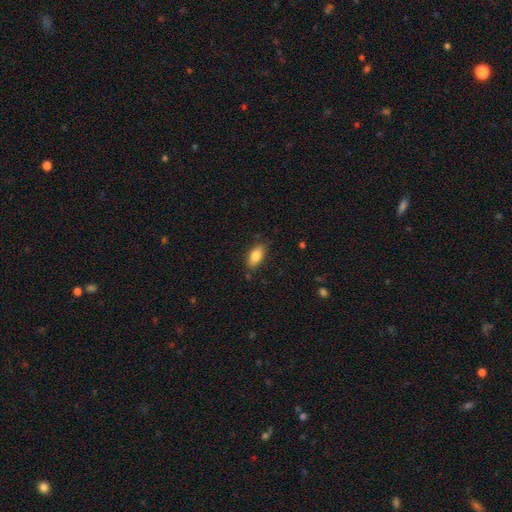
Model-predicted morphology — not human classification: smooth-or-featured: smooth: 82% | featured or disk: 10% | star or artifact: 7%
  how-rounded: in between: 89% | cigar-shaped: 7% | round: 4%
  merging: none: 81% | minor disturbance: 14% | major disturbance: 3% | merger: 2%